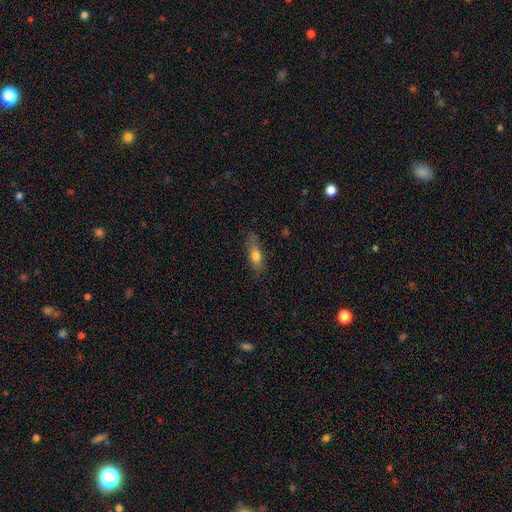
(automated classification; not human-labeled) Smooth or featured?
  - smooth: 71% *
  - featured or disk: 21%
  - star or artifact: 8%
How rounded?
  - in between: 63% *
  - cigar-shaped: 33%
  - round: 4%
Merging?
  - none: 75% *
  - minor disturbance: 19%
  - major disturbance: 5%
  - merger: 1%